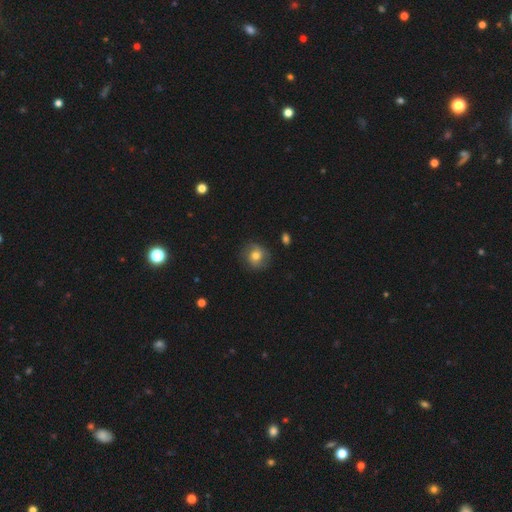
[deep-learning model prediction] Smooth or featured? smooth (65%)
How rounded? round (84%)
Merging? none (80%)